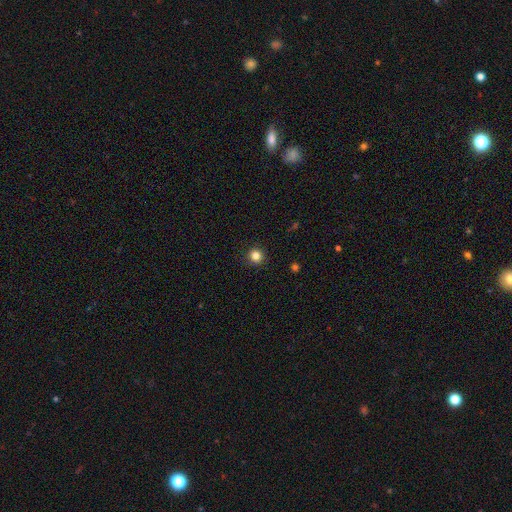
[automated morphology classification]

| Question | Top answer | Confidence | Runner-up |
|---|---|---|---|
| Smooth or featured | smooth | 82% | star or artifact (13%) |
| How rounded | round | 95% | in between (4%) |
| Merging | none | 92% | minor disturbance (6%) |